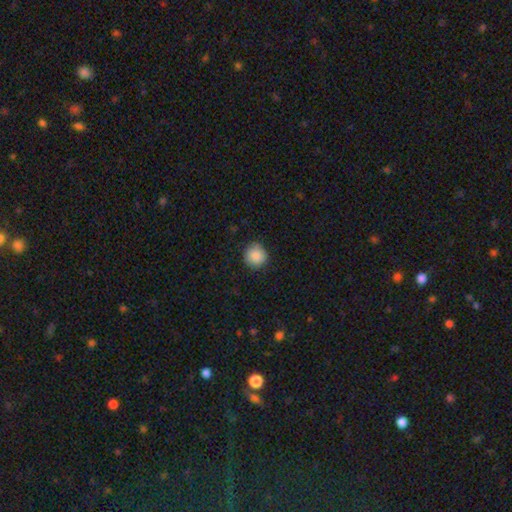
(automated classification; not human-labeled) Smooth or featured? Predicted: smooth (p=0.88). How rounded? Predicted: round (p=0.93). Merging? Predicted: none (p=0.87).